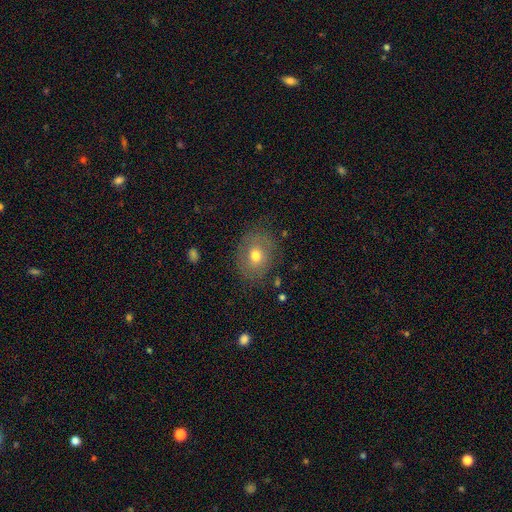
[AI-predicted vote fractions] A smooth galaxy with no disk features (62%) that is round (55%). Merging: none (77%).